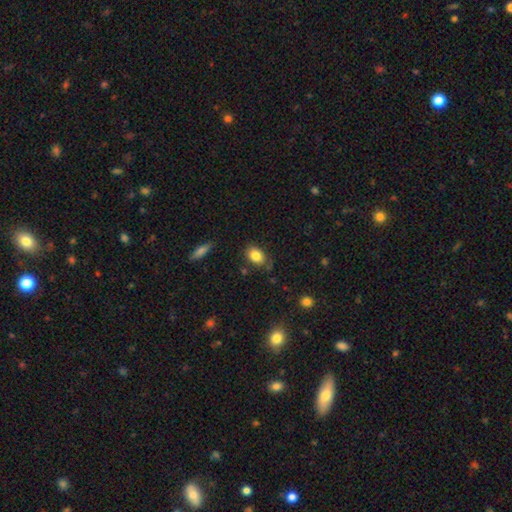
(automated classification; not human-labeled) smooth-or-featured: smooth: 83% | featured or disk: 9% | star or artifact: 8%
  how-rounded: in between: 83% | round: 16% | cigar-shaped: 1%
  merging: none: 76% | minor disturbance: 17% | major disturbance: 4% | merger: 3%